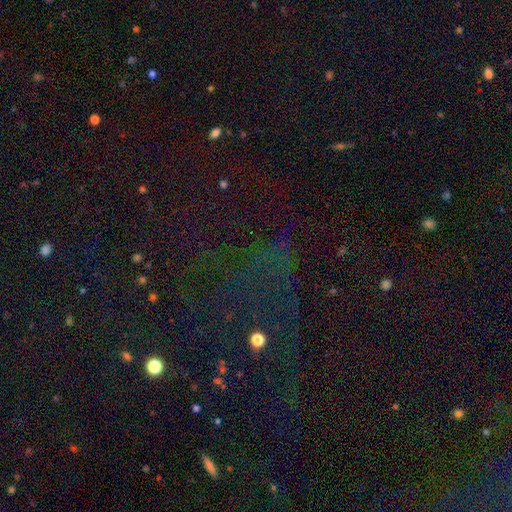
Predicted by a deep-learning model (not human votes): Smooth or featured? Predicted: star or artifact (p=0.70).